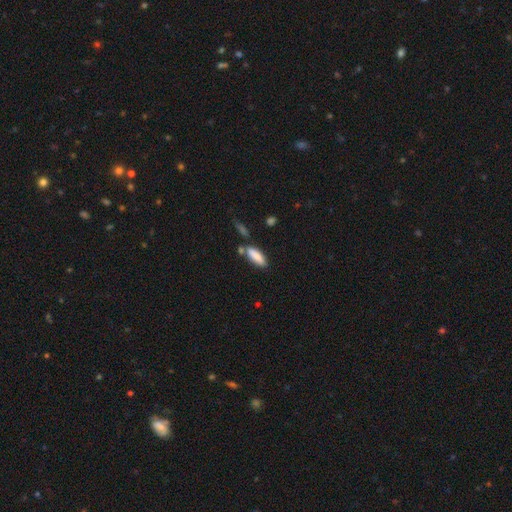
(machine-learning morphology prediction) Overall: smooth (85%). How rounded: in between (63%; cigar-shaped 35%). Merging: none (61%).